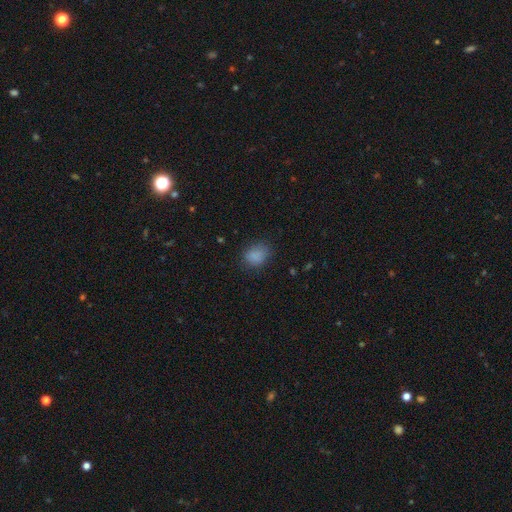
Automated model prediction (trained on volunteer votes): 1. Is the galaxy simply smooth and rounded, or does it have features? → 83% smooth, 12% star or artifact, 5% featured or disk.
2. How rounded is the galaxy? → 59% in between, 40% round, 1% cigar-shaped.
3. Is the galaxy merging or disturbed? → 75% none, 18% minor disturbance, 6% major disturbance, 1% merger.